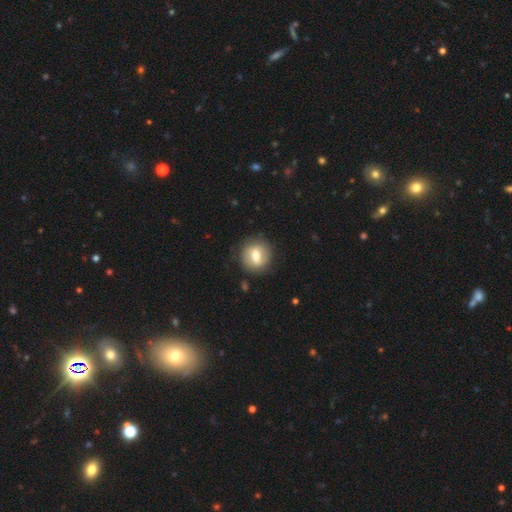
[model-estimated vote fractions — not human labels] smooth_or_featured: smooth (p=0.60) [alt: featured or disk p=0.32]
how_rounded: round (p=0.78) [alt: in between p=0.20]
merging: none (p=0.84) [alt: minor disturbance p=0.11]